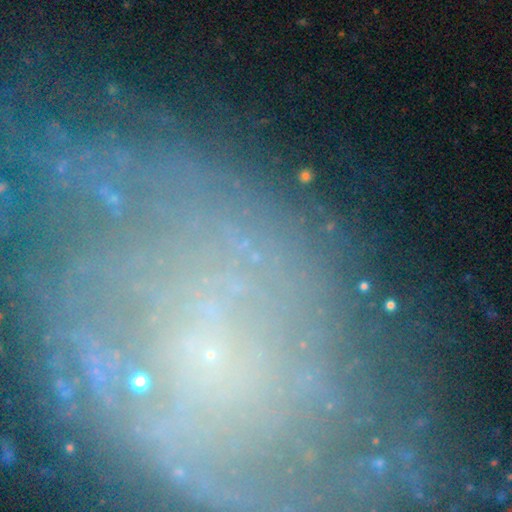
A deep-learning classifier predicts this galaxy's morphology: smooth-or-featured: featured or disk: 46% | star or artifact: 33% | smooth: 21%
  merging: none: 69% | minor disturbance: 16% | major disturbance: 10% | merger: 5%